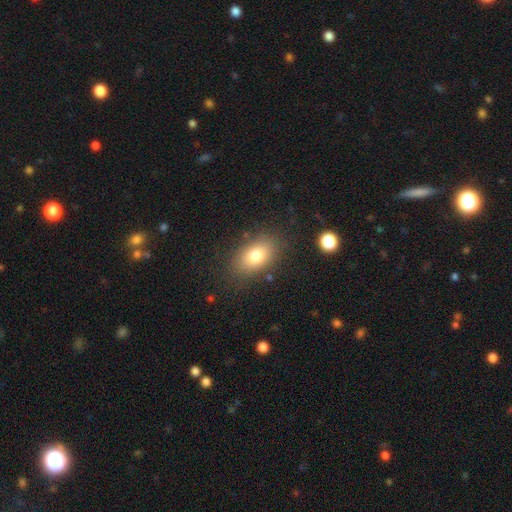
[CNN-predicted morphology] Smooth or featured? smooth (77%)
How rounded? in between (85%)
Merging? none (82%)